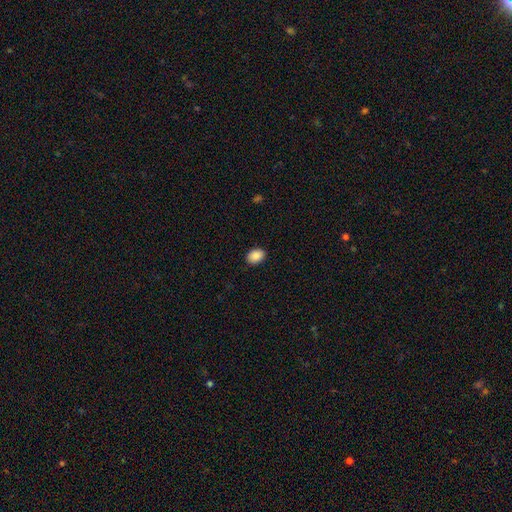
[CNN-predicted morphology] Smooth or featured? Predicted: smooth (p=0.89). How rounded? Predicted: in between (p=0.71). Merging? Predicted: none (p=0.89).